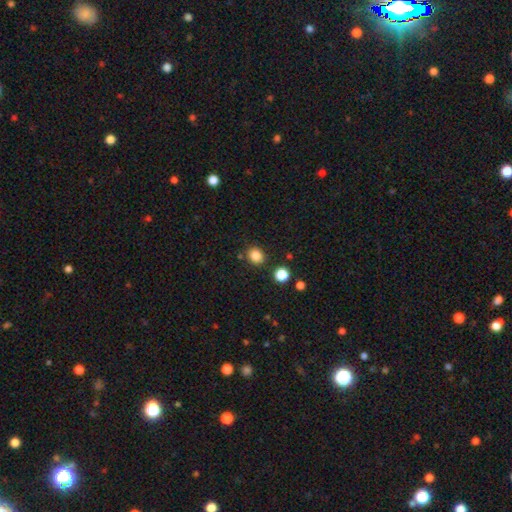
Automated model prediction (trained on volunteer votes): Overall: smooth (84%). How rounded: round (69%; in between 30%). Merging: none (84%).